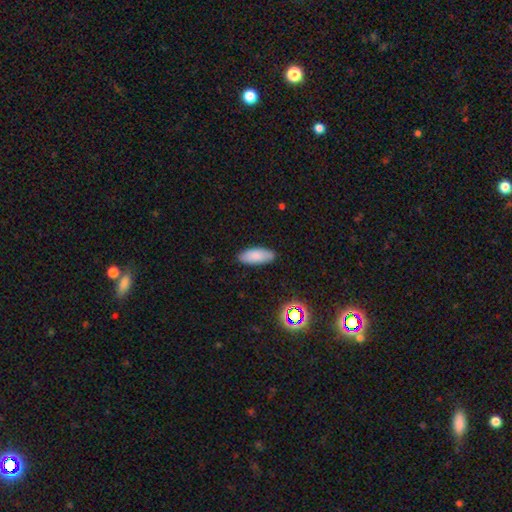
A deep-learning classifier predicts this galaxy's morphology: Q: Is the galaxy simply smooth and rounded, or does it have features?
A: smooth — 85%.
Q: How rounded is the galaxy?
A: in between — 82%.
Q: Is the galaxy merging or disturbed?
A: none — 87%.